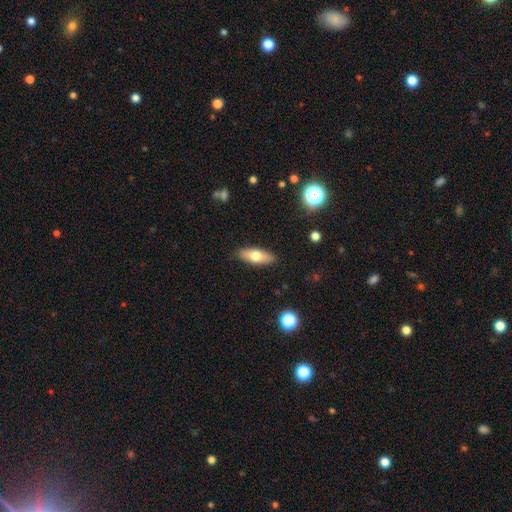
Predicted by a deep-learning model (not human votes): Smooth or featured? smooth (67%)
How rounded? in between (67%)
Merging? none (89%)